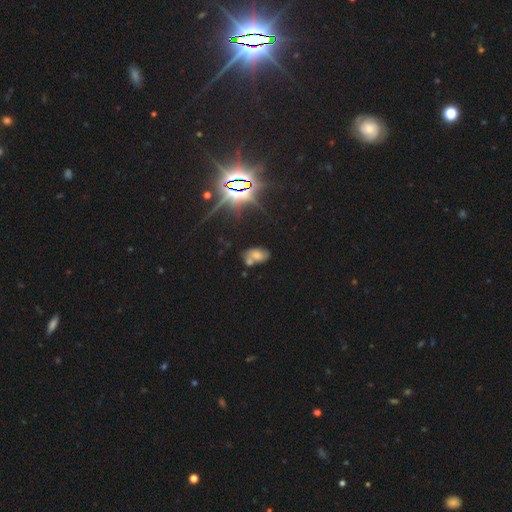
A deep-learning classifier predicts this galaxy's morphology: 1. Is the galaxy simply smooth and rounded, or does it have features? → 54% smooth, 24% star or artifact, 22% featured or disk.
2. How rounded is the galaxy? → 87% in between, 11% round, 2% cigar-shaped.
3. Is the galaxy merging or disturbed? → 43% none, 36% merger, 15% minor disturbance, 6% major disturbance.